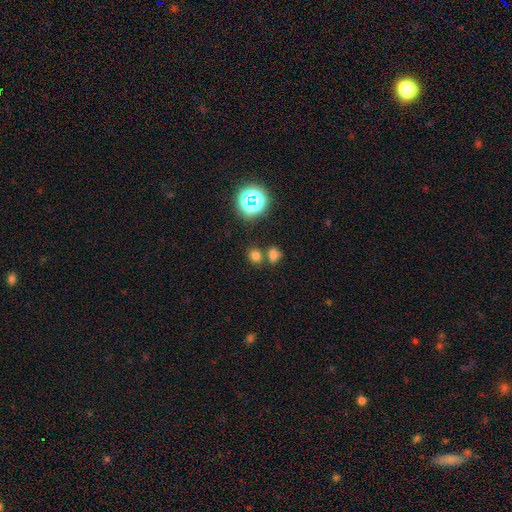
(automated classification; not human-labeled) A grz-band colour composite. It shows a smooth galaxy with no disk features (69%) that is round (63%). Merging: none (62%).